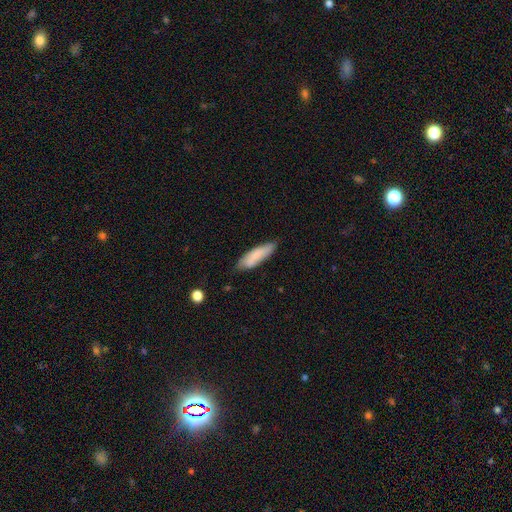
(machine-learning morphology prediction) Q: Smooth or featured?
A: smooth (79%); runner-up: featured or disk (15%)
Q: How rounded?
A: cigar-shaped (58%); runner-up: in between (41%)
Q: Merging?
A: none (74%); runner-up: minor disturbance (21%)